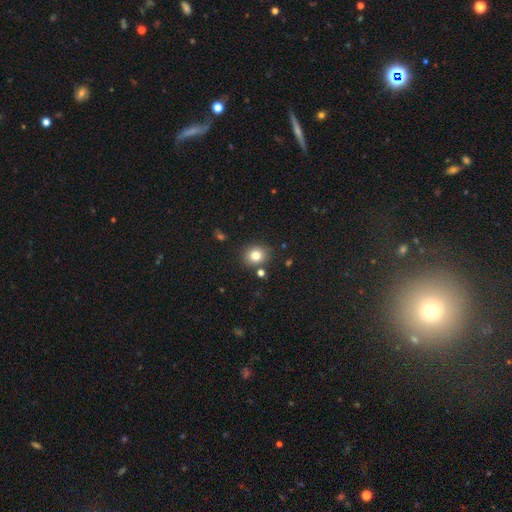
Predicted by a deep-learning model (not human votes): Smooth or featured? smooth (80%)
How rounded? round (79%)
Merging? none (84%)